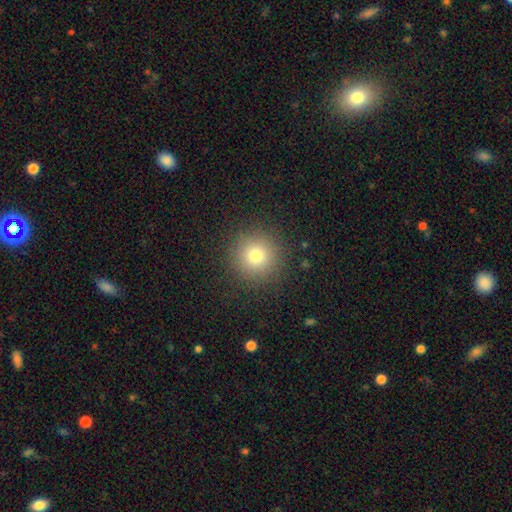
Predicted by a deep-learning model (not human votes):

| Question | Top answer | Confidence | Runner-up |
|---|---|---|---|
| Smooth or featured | smooth | 78% | star or artifact (14%) |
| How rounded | round | 95% | in between (4%) |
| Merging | none | 91% | minor disturbance (6%) |